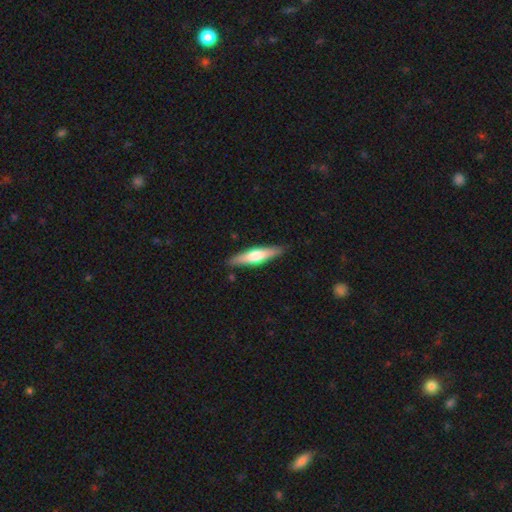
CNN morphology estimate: Smooth or featured: smooth — 51% (featured or disk — 44%)
How rounded: cigar-shaped — 78% (in between — 20%)
Merging: none — 87% (minor disturbance — 10%)